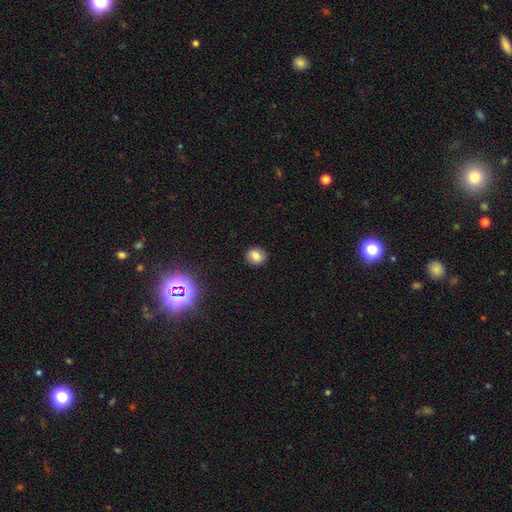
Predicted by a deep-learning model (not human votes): This is likely a smooth galaxy (78%). How rounded: likely round (76%). Merging: clearly none (89%).